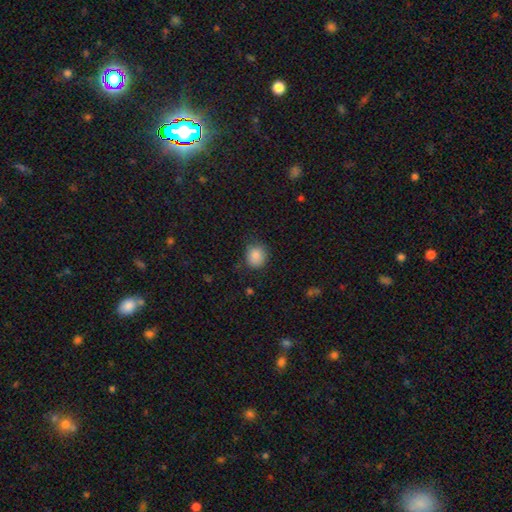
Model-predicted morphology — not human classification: smooth 86%, star or artifact 9%, featured or disk 4%. Down the decision tree: how rounded — round (79%); merging — none (75%).